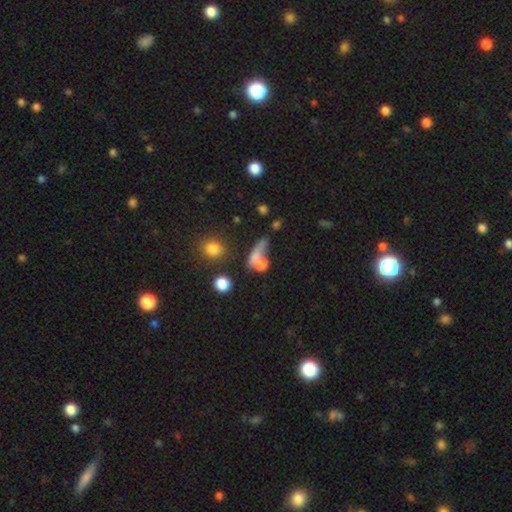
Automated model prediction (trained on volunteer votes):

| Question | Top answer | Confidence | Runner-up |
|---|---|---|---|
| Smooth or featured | smooth | 65% | featured or disk (20%) |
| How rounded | round | 42% | in between (37%) |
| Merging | merger | 36% | none (30%) |